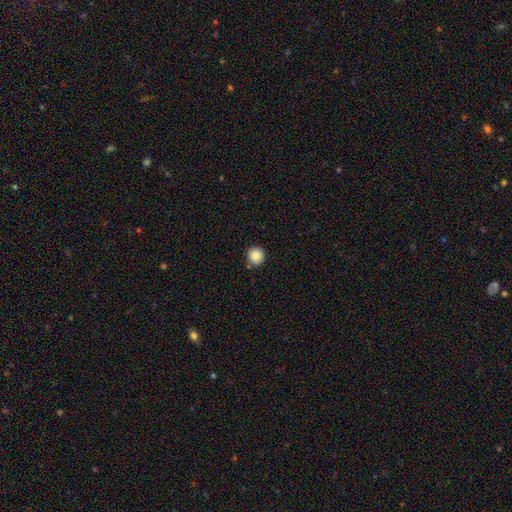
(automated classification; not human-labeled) A smooth galaxy with no disk features (86%) that is round (94%).

Vote fractions:
- Smooth or featured? smooth: 86% / star or artifact: 9% / featured or disk: 4%
- How rounded? round: 94% / in between: 5% / cigar-shaped: 1%
- Merging? none: 88% / minor disturbance: 8% / merger: 3% / major disturbance: 2%